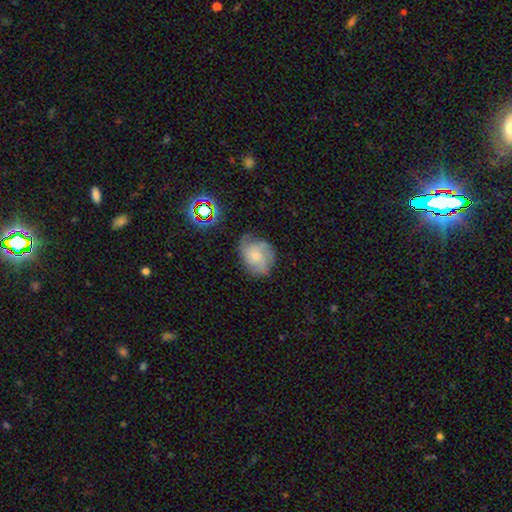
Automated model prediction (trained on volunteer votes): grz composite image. It shows a featured or disk galaxy (63%) with no bar (78%), 3 (33%) medium (43%) spiral arms (92%) and a small central bulge (53%). Merging: none (67%).